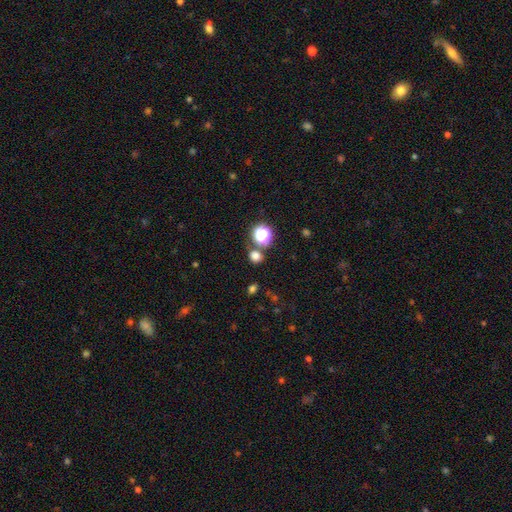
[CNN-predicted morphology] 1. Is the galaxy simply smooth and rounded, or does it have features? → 71% smooth, 24% star or artifact, 5% featured or disk.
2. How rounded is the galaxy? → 78% round, 21% in between, 1% cigar-shaped.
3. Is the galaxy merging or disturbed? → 74% none, 14% merger, 9% minor disturbance, 4% major disturbance.